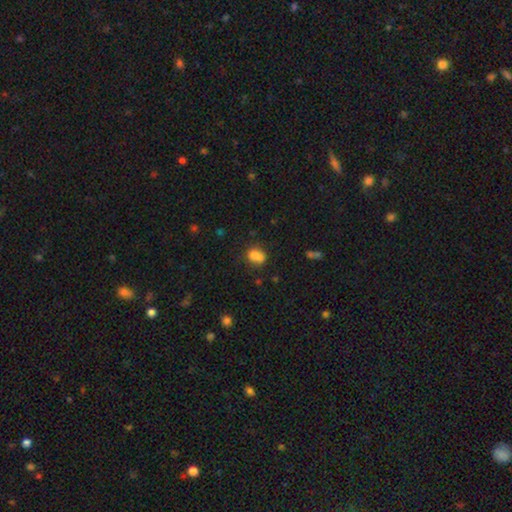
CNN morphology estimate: The model was most divided on "merging": merger: 54%, none: 30%, minor disturbance: 10%, major disturbance: 5%. More confident: smooth or featured — smooth (71%); how rounded — round (63%).